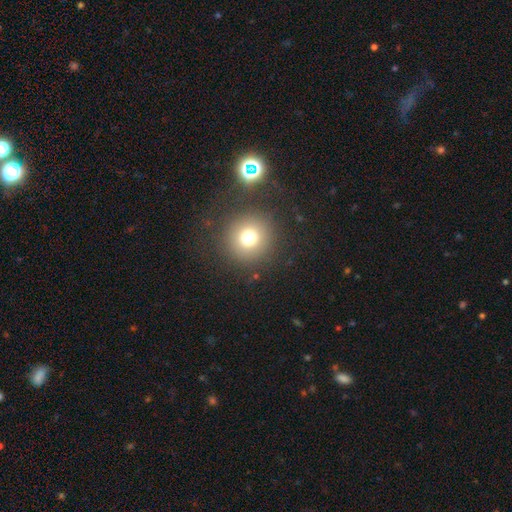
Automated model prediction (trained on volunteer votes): Morphology: type=smooth (58%); roundness=round (94%); merging=none (84%).